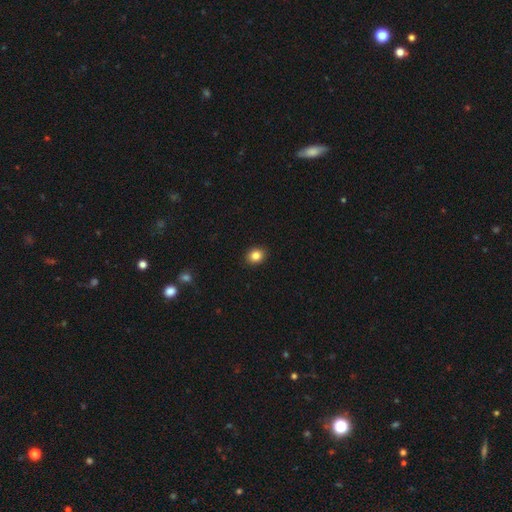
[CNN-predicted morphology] smooth-or-featured: smooth: 85% | star or artifact: 10% | featured or disk: 5%
  how-rounded: round: 56% | in between: 43% | cigar-shaped: 1%
  merging: none: 91% | minor disturbance: 6% | major disturbance: 2% | merger: 1%